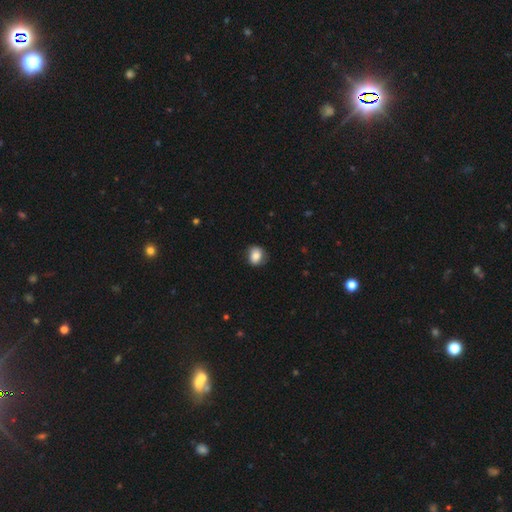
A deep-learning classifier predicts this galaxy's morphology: A smooth galaxy with no disk features (79%) that is round (56%). Merging: none (80%).